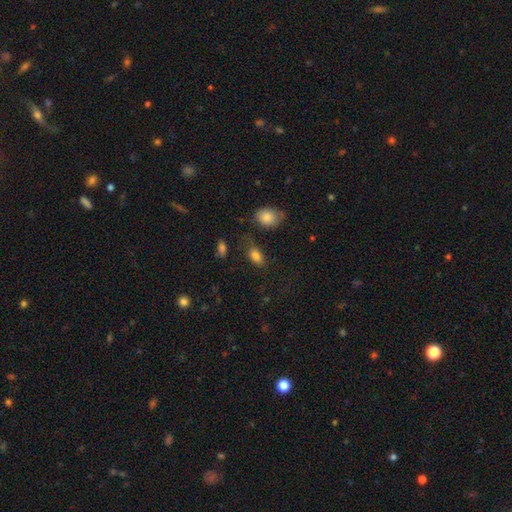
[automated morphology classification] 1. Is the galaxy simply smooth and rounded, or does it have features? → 82% smooth, 10% star or artifact, 8% featured or disk.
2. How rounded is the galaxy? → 89% in between, 6% round, 5% cigar-shaped.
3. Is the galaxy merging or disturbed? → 67% none, 19% minor disturbance, 7% major disturbance, 6% merger.